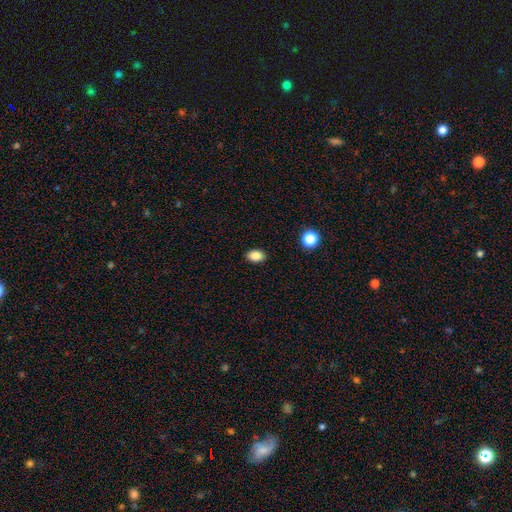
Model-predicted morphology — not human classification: This is clearly a smooth galaxy (86%). How rounded: likely in between (77%). Merging: clearly none (89%).